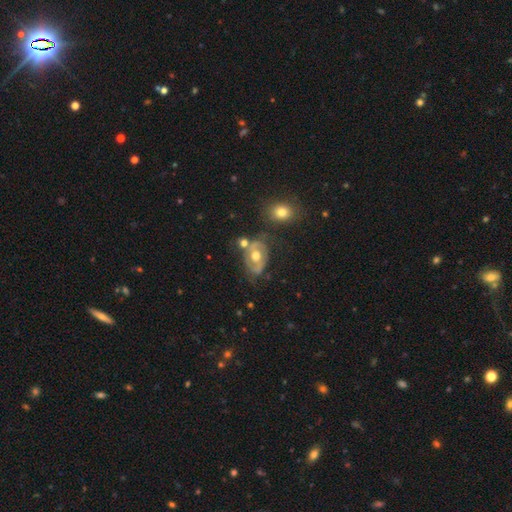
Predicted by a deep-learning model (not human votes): smooth-or-featured: featured or disk: 66% | smooth: 26% | star or artifact: 8%
  disk-edge-on: no: 94% | yes: 6%
    bar: no: 70% | weak: 21% | strong: 8%
    has-spiral-arms: yes: 52% | no: 48%
    bulge-size: moderate: 75% | large: 14% | small: 8% | dominant: 1% | none: 1%
  merging: none: 54% | minor disturbance: 22% | merger: 13% | major disturbance: 11%